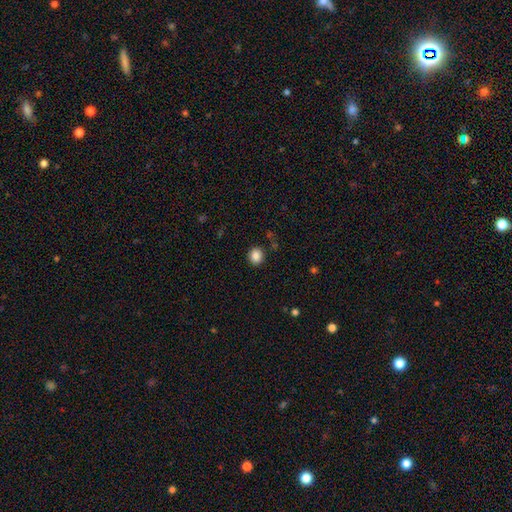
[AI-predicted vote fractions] Q: Smooth or featured?
A: smooth (85%); runner-up: star or artifact (10%)
Q: How rounded?
A: round (77%); runner-up: in between (22%)
Q: Merging?
A: none (88%); runner-up: minor disturbance (7%)